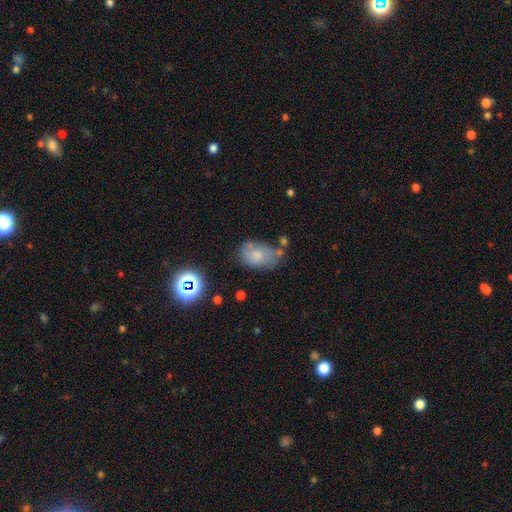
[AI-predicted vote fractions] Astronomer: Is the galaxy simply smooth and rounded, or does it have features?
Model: smooth — 69%.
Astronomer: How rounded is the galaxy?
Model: in between — 82%.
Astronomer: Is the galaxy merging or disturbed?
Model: none — 47% (runner-up: minor disturbance, 30%).